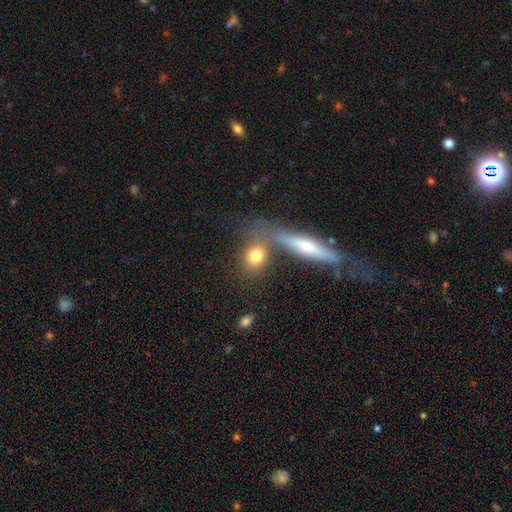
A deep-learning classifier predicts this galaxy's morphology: Smooth or featured? Predicted: smooth (p=0.75). How rounded? Predicted: round (p=0.54). Merging? Predicted: none (p=0.54).